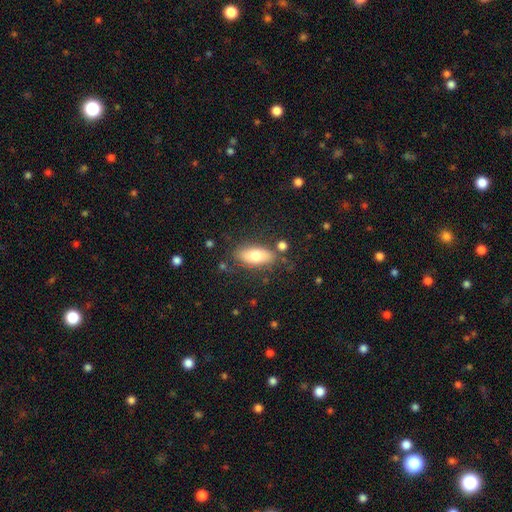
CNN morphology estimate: This is likely a smooth galaxy (73%). How rounded: clearly in between (81%). Merging: likely none (76%).